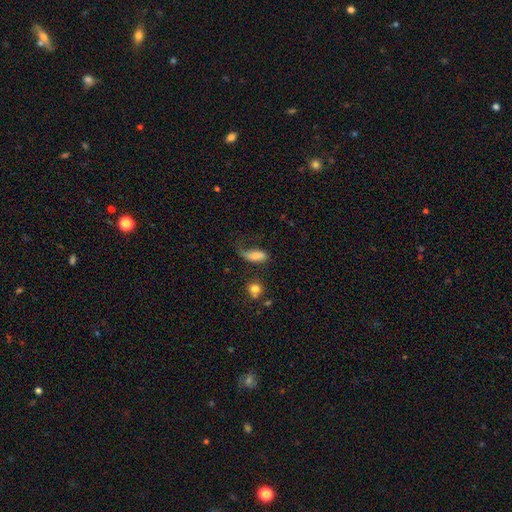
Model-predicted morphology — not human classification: Q: Smooth or featured?
A: smooth (67%); runner-up: featured or disk (24%)
Q: How rounded?
A: in between (78%); runner-up: cigar-shaped (16%)
Q: Merging?
A: major disturbance (40%); runner-up: none (29%)